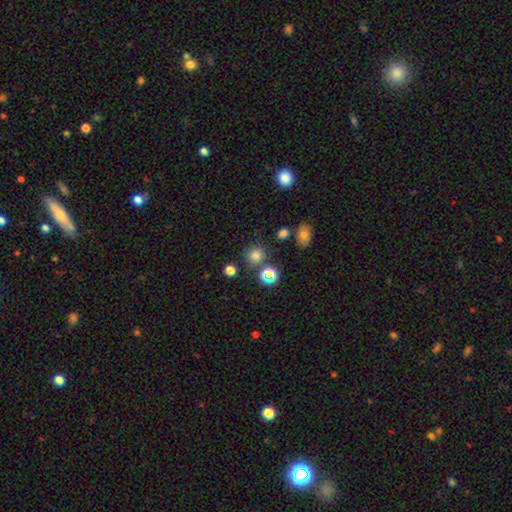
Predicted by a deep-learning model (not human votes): Smooth or featured? smooth (76%)
How rounded? round (88%)
Merging? none (77%)